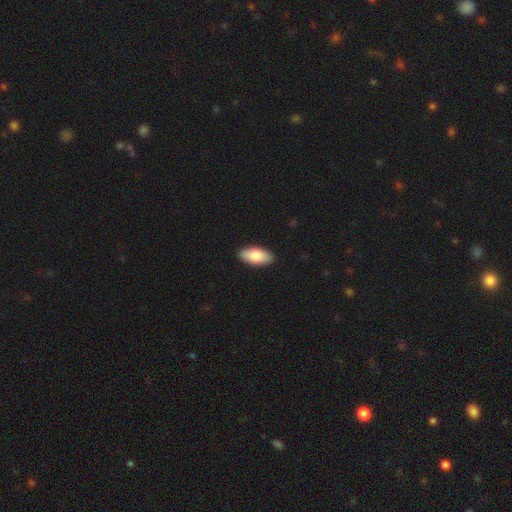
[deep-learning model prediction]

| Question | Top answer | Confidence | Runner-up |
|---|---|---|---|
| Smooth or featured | smooth | 82% | featured or disk (12%) |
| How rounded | in between | 91% | cigar-shaped (7%) |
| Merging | none | 91% | minor disturbance (7%) |